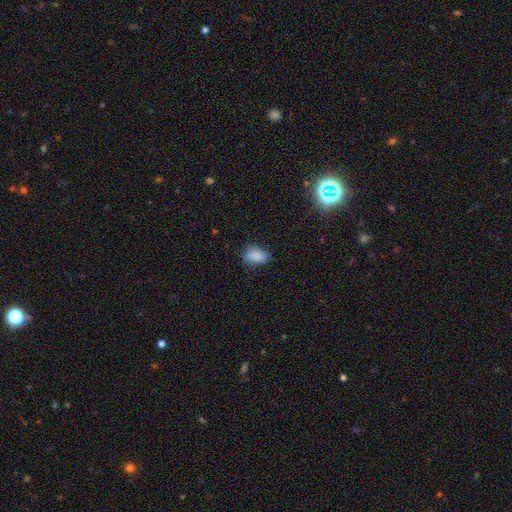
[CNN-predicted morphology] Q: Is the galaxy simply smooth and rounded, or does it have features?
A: smooth — 87%.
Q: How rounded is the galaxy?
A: in between — 88%.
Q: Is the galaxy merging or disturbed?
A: none — 76%.